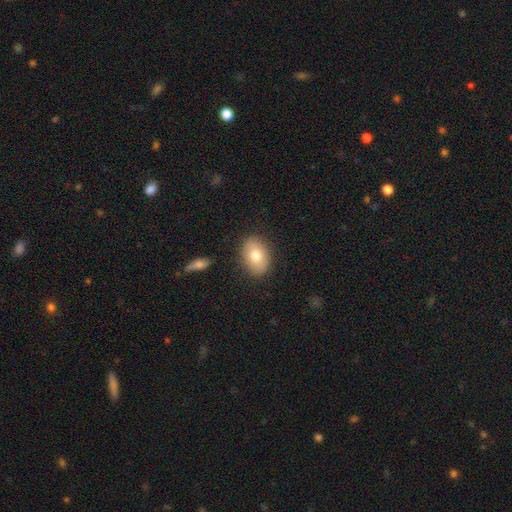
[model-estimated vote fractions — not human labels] A smooth galaxy with no disk features (76%) that is in between round and cigar-shaped (77%).

Vote fractions:
- Smooth or featured? smooth: 76% / featured or disk: 17% / star or artifact: 7%
- How rounded? in between: 77% / round: 22% / cigar-shaped: 1%
- Merging? none: 85% / minor disturbance: 10% / major disturbance: 3% / merger: 2%